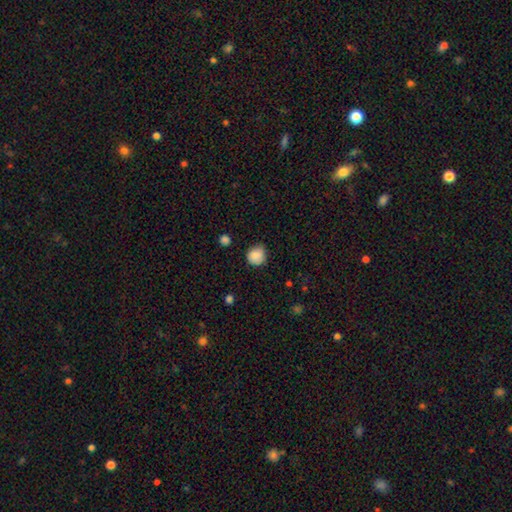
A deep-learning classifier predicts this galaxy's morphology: smooth-or-featured: smooth: 85% | star or artifact: 9% | featured or disk: 6%
  how-rounded: round: 84% | in between: 15% | cigar-shaped: 1%
  merging: none: 71% | minor disturbance: 24% | major disturbance: 4% | merger: 2%